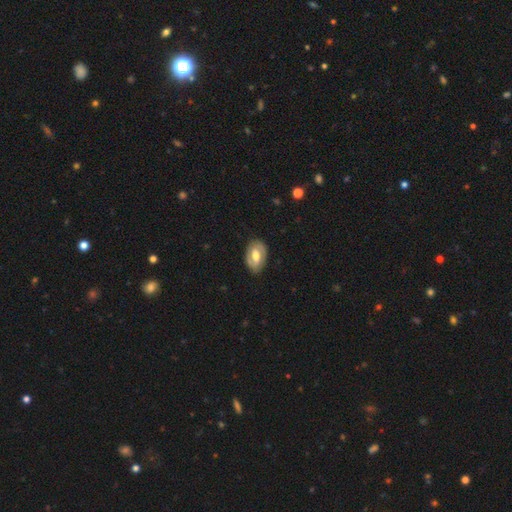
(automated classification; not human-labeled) This appears to be a featured or disk galaxy (61%) with a weak bar (46%), spiral arms (68%) and a moderate central bulge (67%). Merging: none (82%).